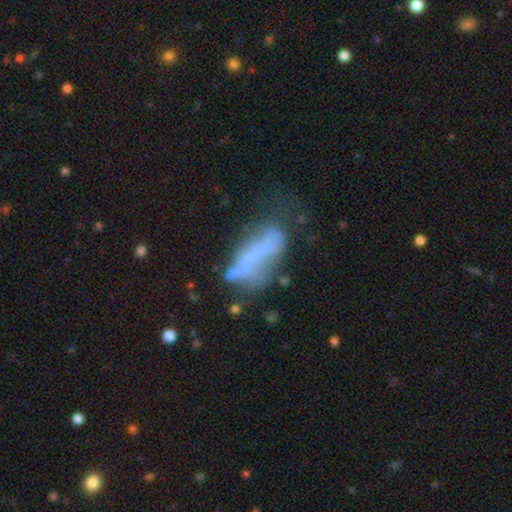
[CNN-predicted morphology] A smooth galaxy with no disk features (46%).

Vote fractions:
- Smooth or featured? smooth: 46% / featured or disk: 40% / star or artifact: 13%
- Merging? major disturbance: 32% / none: 30% / minor disturbance: 26% / merger: 12%